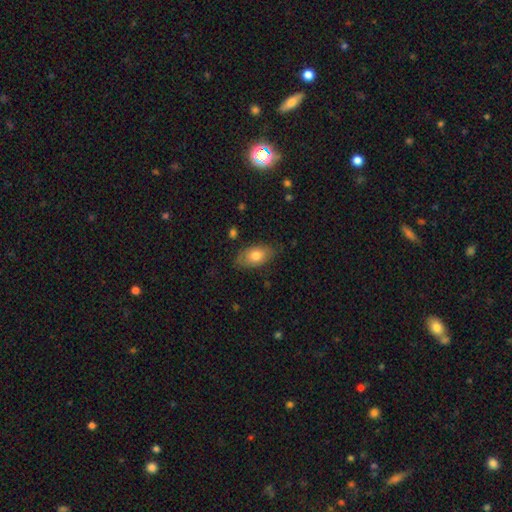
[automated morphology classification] Smooth or featured?
  - smooth: 72% *
  - featured or disk: 21%
  - star or artifact: 7%
How rounded?
  - in between: 91% *
  - round: 6%
  - cigar-shaped: 3%
Merging?
  - none: 76% *
  - minor disturbance: 19%
  - major disturbance: 3%
  - merger: 1%